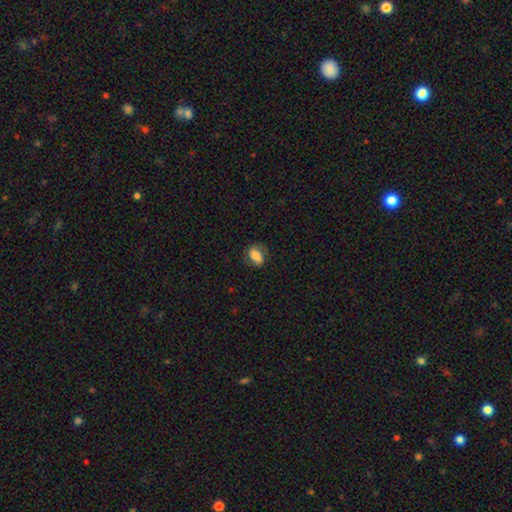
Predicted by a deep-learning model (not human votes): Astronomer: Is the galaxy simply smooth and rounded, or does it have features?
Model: smooth — 68%.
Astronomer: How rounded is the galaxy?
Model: in between — 79%.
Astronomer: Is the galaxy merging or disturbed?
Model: none — 71%.